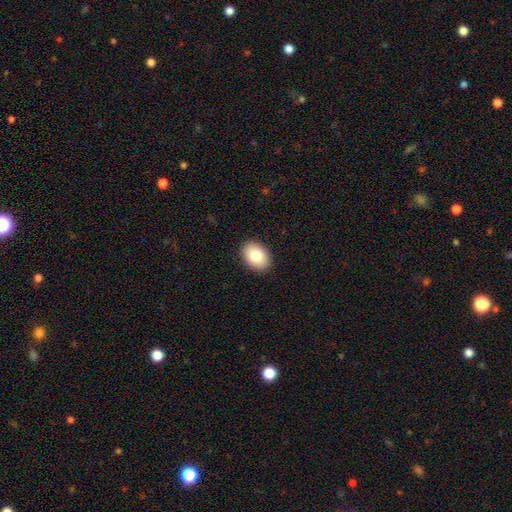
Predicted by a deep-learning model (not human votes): A smooth galaxy with no disk features (82%) that is in between round and cigar-shaped (79%).

Vote fractions:
- Smooth or featured? smooth: 82% / featured or disk: 11% / star or artifact: 7%
- How rounded? in between: 79% / round: 20% / cigar-shaped: 1%
- Merging? none: 90% / minor disturbance: 7% / major disturbance: 2% / merger: 1%